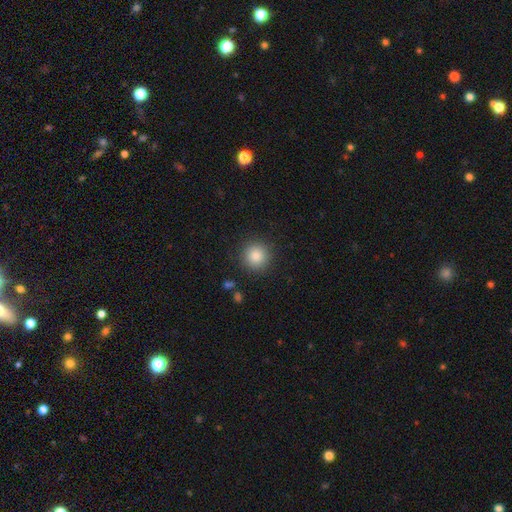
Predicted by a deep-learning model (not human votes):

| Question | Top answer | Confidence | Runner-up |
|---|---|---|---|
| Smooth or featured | smooth | 86% | star or artifact (10%) |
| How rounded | round | 94% | in between (5%) |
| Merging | none | 90% | minor disturbance (6%) |